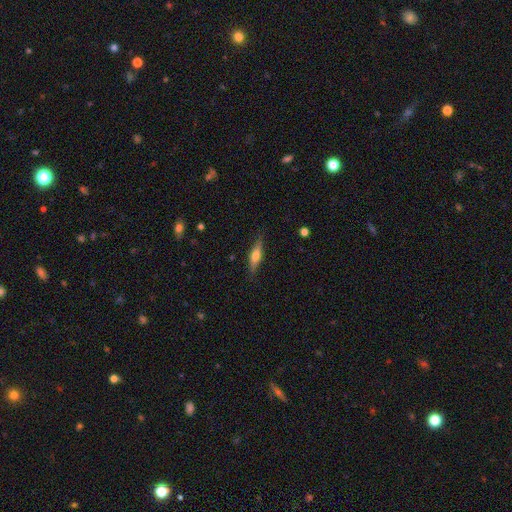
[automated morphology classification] smooth_or_featured: smooth (p=0.52) [alt: featured or disk p=0.42]
how_rounded: cigar-shaped (p=0.68) [alt: in between p=0.29]
merging: none (p=0.83) [alt: minor disturbance p=0.13]